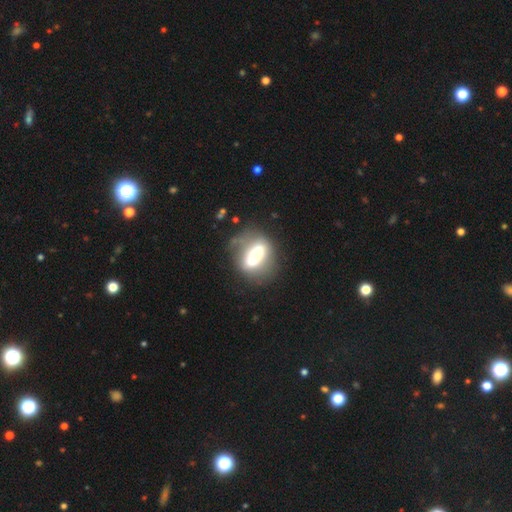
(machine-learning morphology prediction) smooth_or_featured: smooth (p=0.48) [alt: featured or disk p=0.42]
merging: none (p=0.51) [alt: minor disturbance p=0.22]